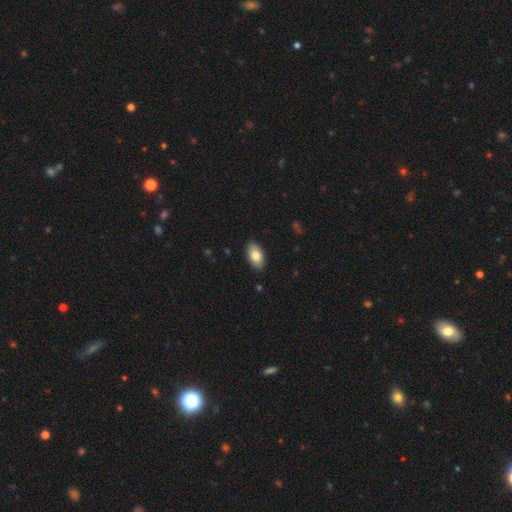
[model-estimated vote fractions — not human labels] smooth-or-featured: smooth: 81% | featured or disk: 13% | star or artifact: 6%
  how-rounded: in between: 94% | round: 4% | cigar-shaped: 2%
  merging: none: 89% | minor disturbance: 8% | major disturbance: 2% | merger: 1%